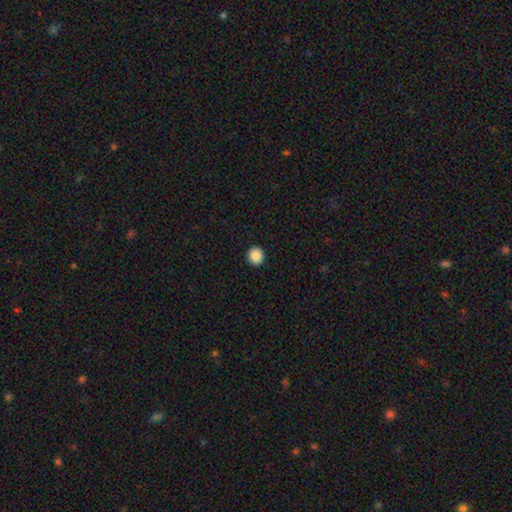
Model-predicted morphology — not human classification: This is clearly a smooth galaxy (88%). How rounded: clearly round (92%). Merging: clearly none (93%).